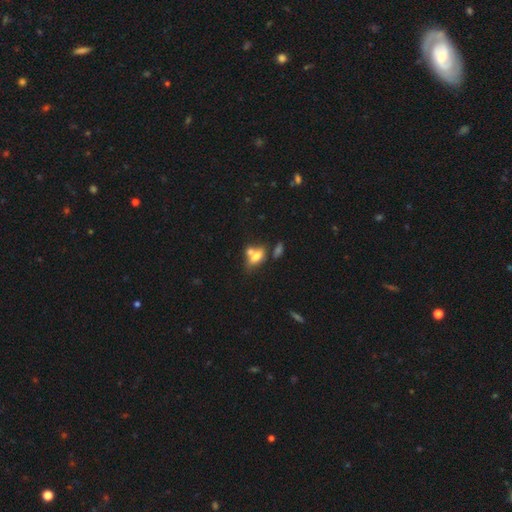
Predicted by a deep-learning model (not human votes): Overall: smooth (64%; featured or disk 25%). How rounded: in between (77%). Merging: merger (46%; none 34%).